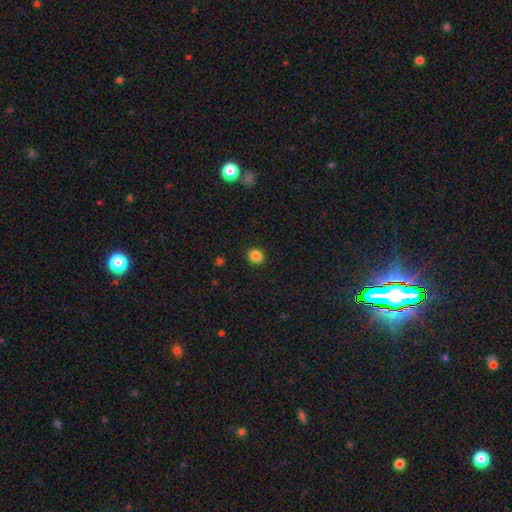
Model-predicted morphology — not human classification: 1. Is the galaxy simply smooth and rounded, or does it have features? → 85% smooth, 11% star or artifact, 4% featured or disk.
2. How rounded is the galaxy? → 76% round, 23% in between, 1% cigar-shaped.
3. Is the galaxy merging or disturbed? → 91% none, 6% minor disturbance, 2% major disturbance, 1% merger.